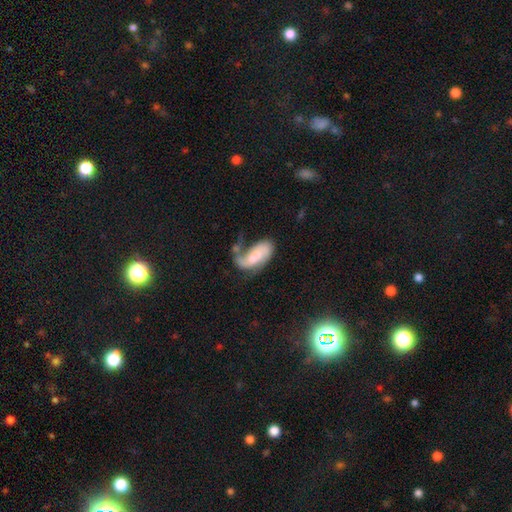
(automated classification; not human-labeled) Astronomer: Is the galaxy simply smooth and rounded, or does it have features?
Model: featured or disk — 50% (runner-up: smooth, 42%).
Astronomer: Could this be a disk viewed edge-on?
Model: no — 93%.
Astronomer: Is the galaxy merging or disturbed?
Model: major disturbance — 33% (runner-up: none, 26%).